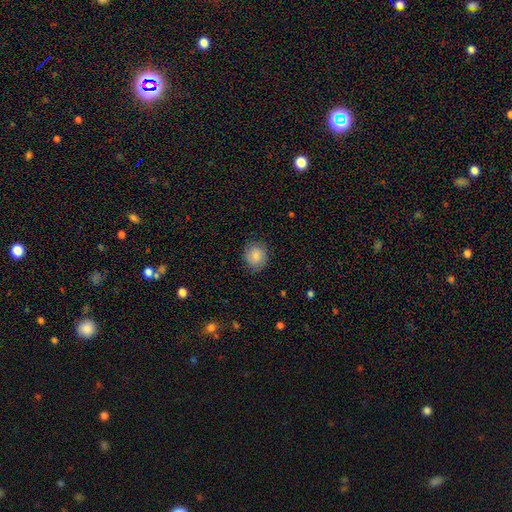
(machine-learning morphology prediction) The model was most divided on "how rounded": round: 79%, in between: 20%, cigar-shaped: 1%. More confident: smooth or featured — smooth (85%); merging — none (85%).